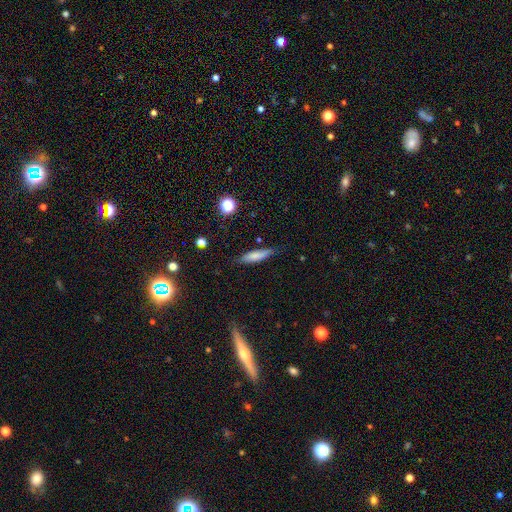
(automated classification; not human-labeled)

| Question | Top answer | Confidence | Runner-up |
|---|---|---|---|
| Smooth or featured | smooth | 75% | featured or disk (17%) |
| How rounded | cigar-shaped | 71% | in between (27%) |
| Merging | none | 79% | minor disturbance (16%) |